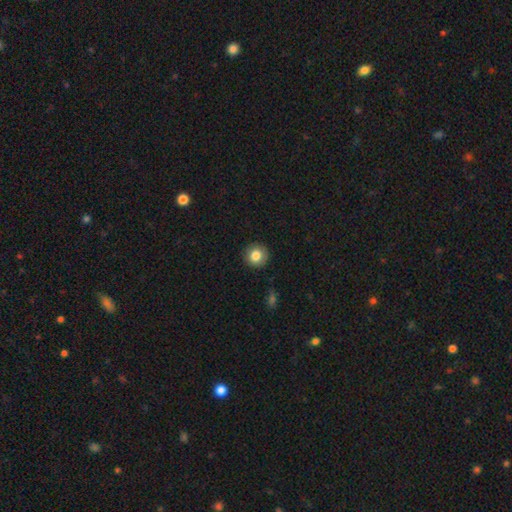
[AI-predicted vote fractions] Q: Smooth or featured?
A: smooth (83%); runner-up: star or artifact (9%)
Q: How rounded?
A: round (93%); runner-up: in between (6%)
Q: Merging?
A: none (90%); runner-up: minor disturbance (7%)